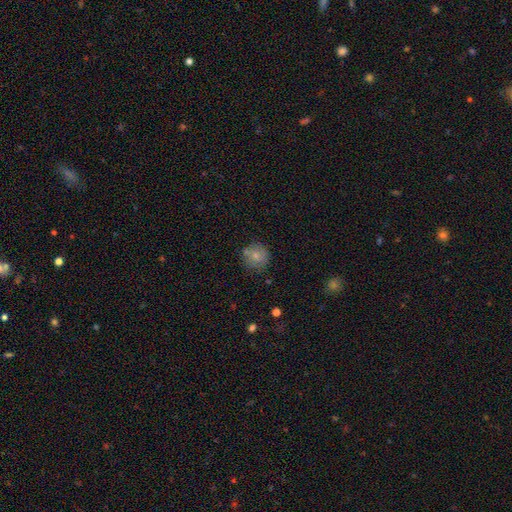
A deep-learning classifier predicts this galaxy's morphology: Smooth or featured? Predicted: smooth (p=0.68). How rounded? Predicted: round (p=0.89). Merging? Predicted: none (p=0.73).